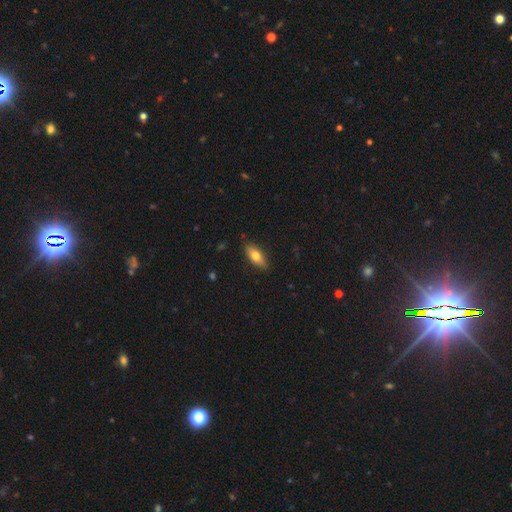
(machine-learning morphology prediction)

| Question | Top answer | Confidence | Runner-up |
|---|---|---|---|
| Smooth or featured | smooth | 71% | featured or disk (22%) |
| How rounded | in between | 76% | cigar-shaped (21%) |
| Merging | none | 86% | minor disturbance (11%) |